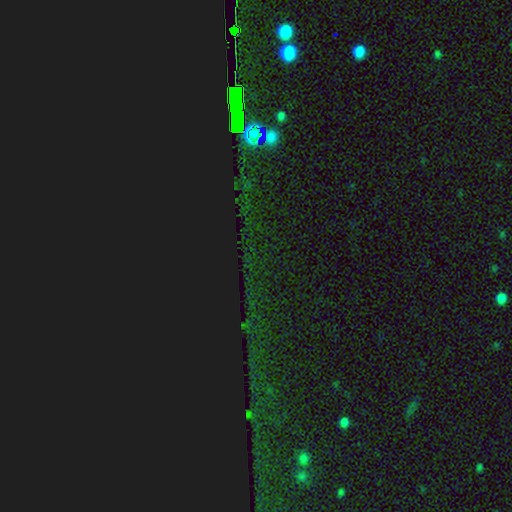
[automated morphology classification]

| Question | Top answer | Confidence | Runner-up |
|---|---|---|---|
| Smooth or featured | star or artifact | 83% | smooth (9%) |